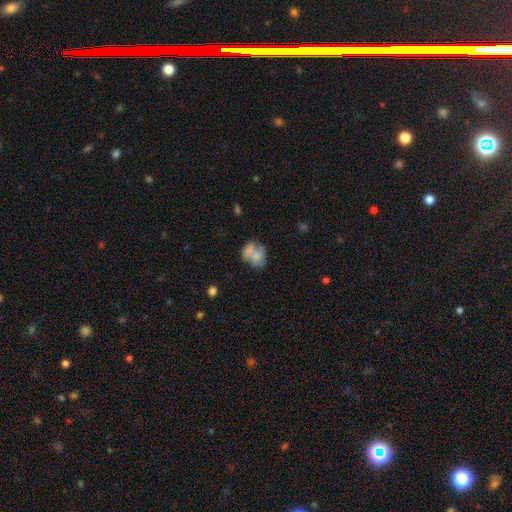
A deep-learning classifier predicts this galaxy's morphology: smooth 62%, featured or disk 30%, star or artifact 8%. Down the decision tree: how rounded — round (51%); merging — merger (42%).